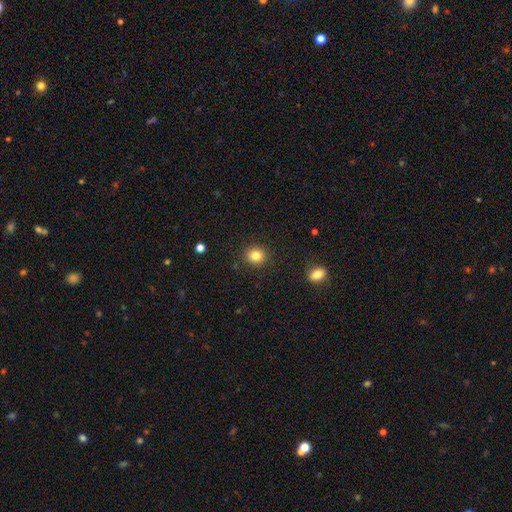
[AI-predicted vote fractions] A smooth galaxy with no disk features (83%) that is round (85%). Merging: none (91%).